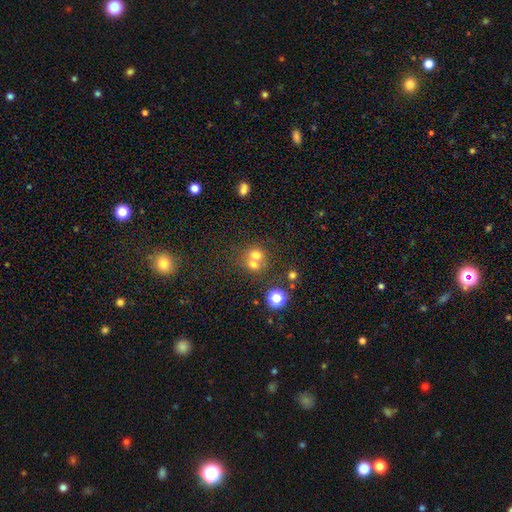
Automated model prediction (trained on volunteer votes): Smooth or featured: smooth — 67% (featured or disk — 17%)
How rounded: round — 77% (in between — 22%)
Merging: merger — 56% (none — 35%)